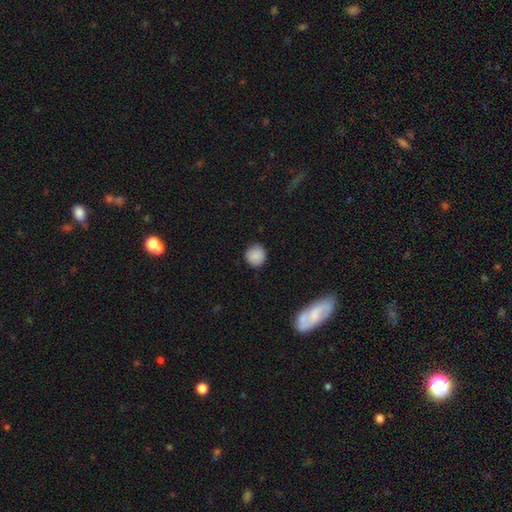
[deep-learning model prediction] Smooth or featured? Predicted: smooth (p=0.87). How rounded? Predicted: round (p=0.93). Merging? Predicted: none (p=0.89).